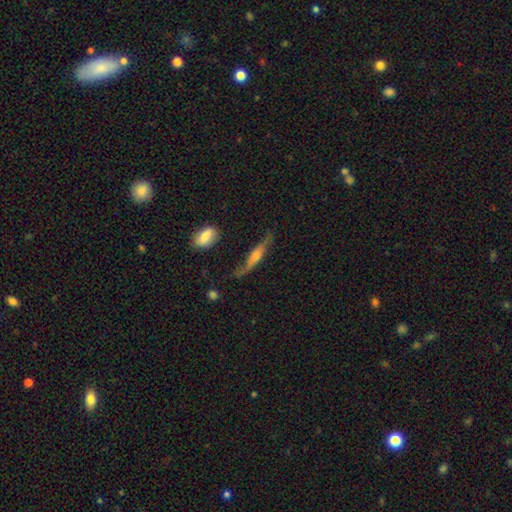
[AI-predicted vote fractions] A featured or disk galaxy (60%) viewed edge-on (78%).

Vote fractions:
- Smooth or featured? featured or disk: 60% / smooth: 32% / star or artifact: 7%
- Edge-on disk? yes: 78% / no: 22%
- Merging? none: 65% / minor disturbance: 23% / major disturbance: 10% / merger: 3%